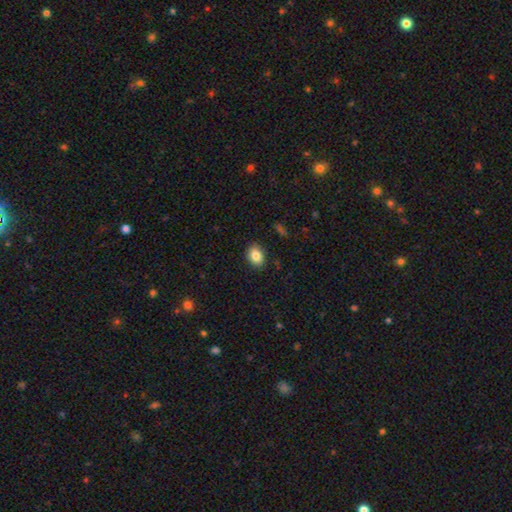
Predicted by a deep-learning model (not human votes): A smooth galaxy with no disk features (85%) that is in between round and cigar-shaped (70%).

Vote fractions:
- Smooth or featured? smooth: 85% / star or artifact: 8% / featured or disk: 7%
- How rounded? in between: 70% / round: 29% / cigar-shaped: 1%
- Merging? none: 88% / minor disturbance: 9% / major disturbance: 2% / merger: 1%